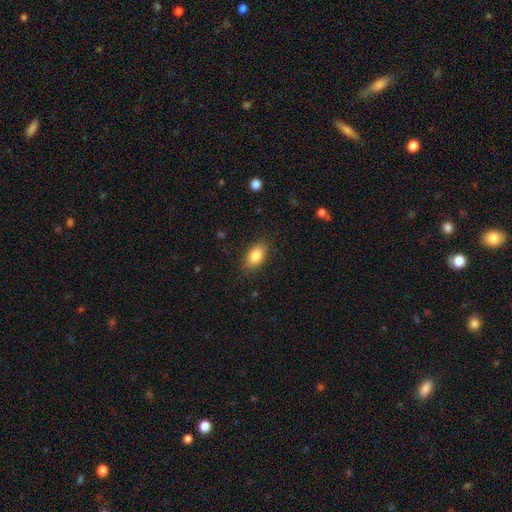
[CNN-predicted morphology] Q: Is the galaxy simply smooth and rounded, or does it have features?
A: smooth — 85%.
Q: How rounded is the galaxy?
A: in between — 89%.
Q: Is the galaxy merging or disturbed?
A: none — 84%.